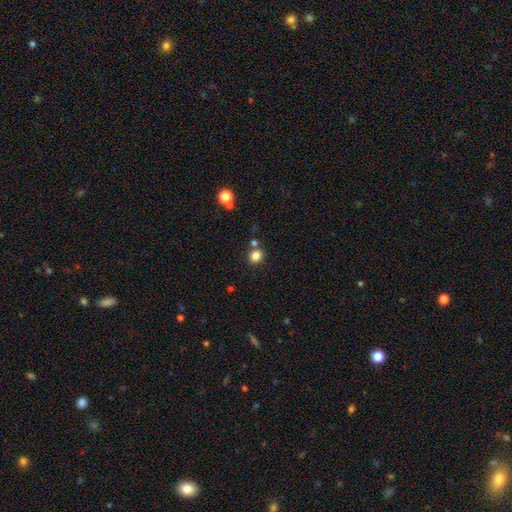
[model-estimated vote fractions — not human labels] A smooth galaxy with no disk features (83%) that is round (69%). Merging: none (75%).